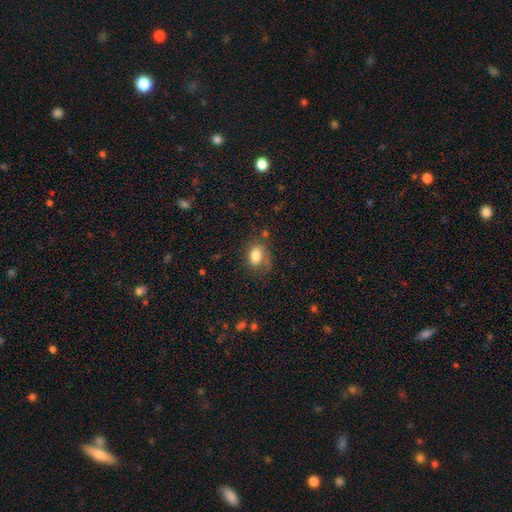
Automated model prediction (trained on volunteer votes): Overall: smooth (77%). How rounded: in between (79%). Merging: none (52%; minor disturbance 27%).